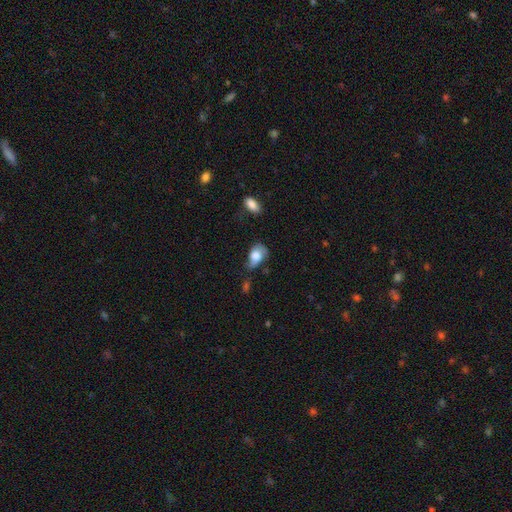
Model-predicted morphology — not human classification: Overall: smooth (63%; featured or disk 29%). How rounded: in between (81%). Merging: minor disturbance (38%; none 31%).